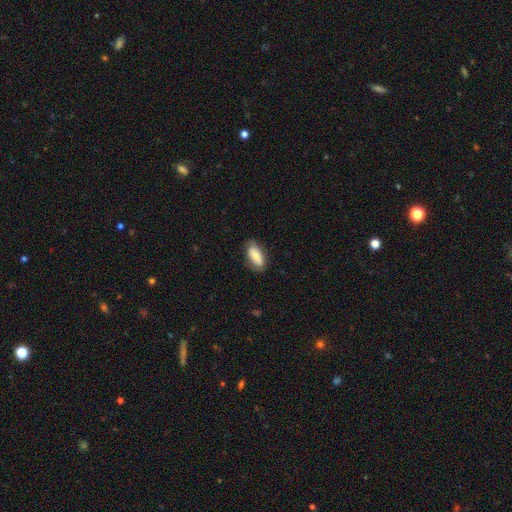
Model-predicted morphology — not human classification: This appears to be a smooth galaxy with no disk features (73%) that is in between round and cigar-shaped (88%). Merging: none (76%).